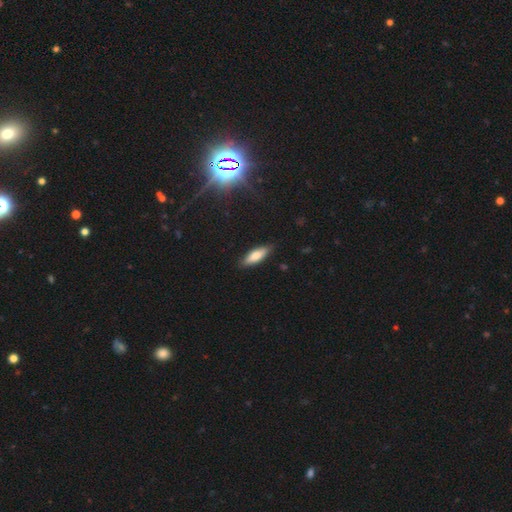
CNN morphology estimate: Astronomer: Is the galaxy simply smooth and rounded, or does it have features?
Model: smooth — 72%.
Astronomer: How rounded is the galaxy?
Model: in between — 52% (runner-up: cigar-shaped, 46%).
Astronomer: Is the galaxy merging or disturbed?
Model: none — 86%.